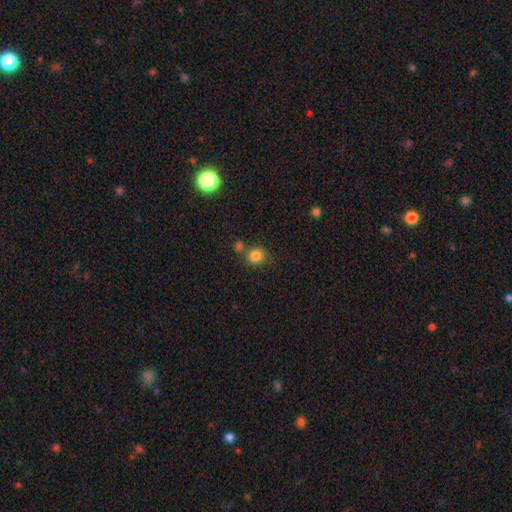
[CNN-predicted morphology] A smooth galaxy with no disk features (83%) that is round (87%). Merging: none (69%).